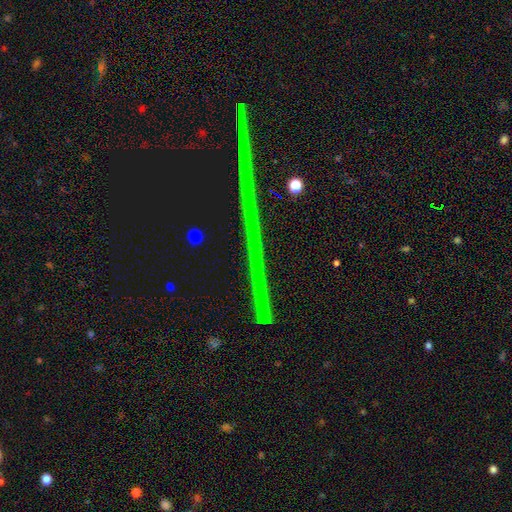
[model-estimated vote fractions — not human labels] smooth_or_featured: star or artifact (p=0.74) [alt: featured or disk p=0.17]